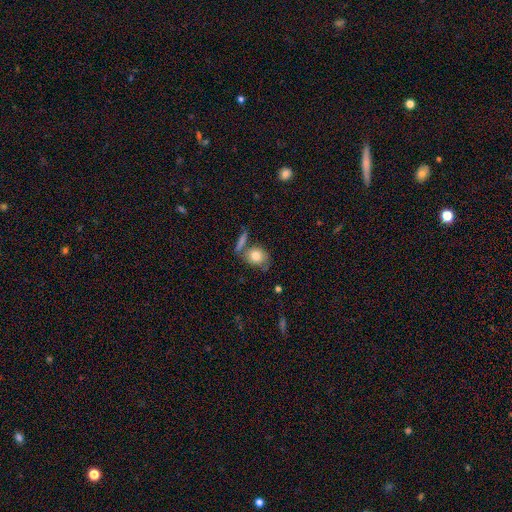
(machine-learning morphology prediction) Smooth or featured? smooth (77%)
How rounded? in between (49%)
Merging? none (55%)